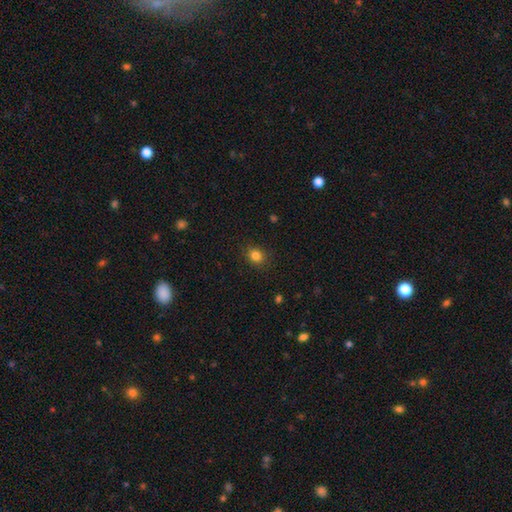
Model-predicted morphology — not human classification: type=smooth (83%); roundness=round (64%); merging=none (88%).